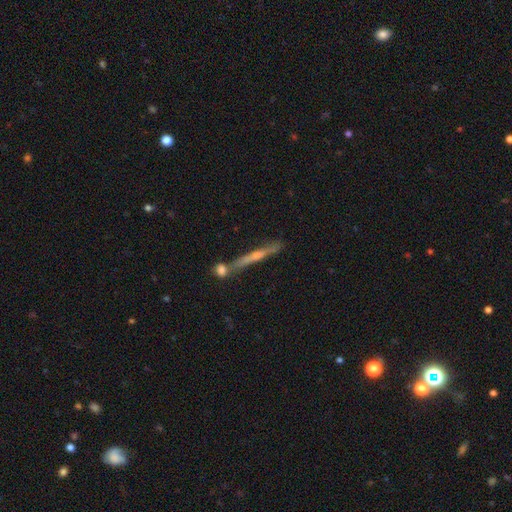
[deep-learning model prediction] Smooth or featured? featured or disk (52%)
Edge-on disk? yes (92%)
Merging? none (65%)